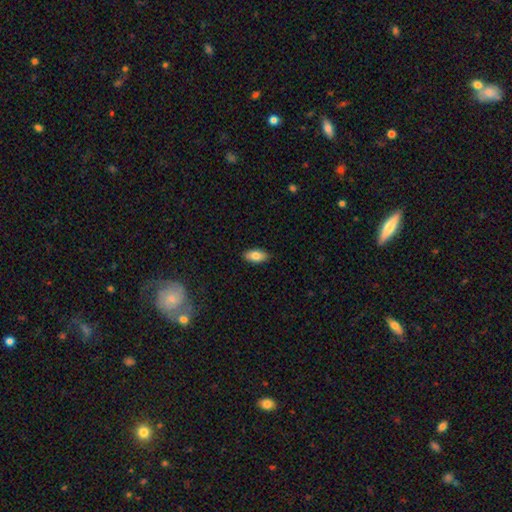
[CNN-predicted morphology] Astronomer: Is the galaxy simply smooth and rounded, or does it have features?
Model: smooth — 81%.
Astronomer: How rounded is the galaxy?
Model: in between — 91%.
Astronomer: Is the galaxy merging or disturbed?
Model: none — 89%.